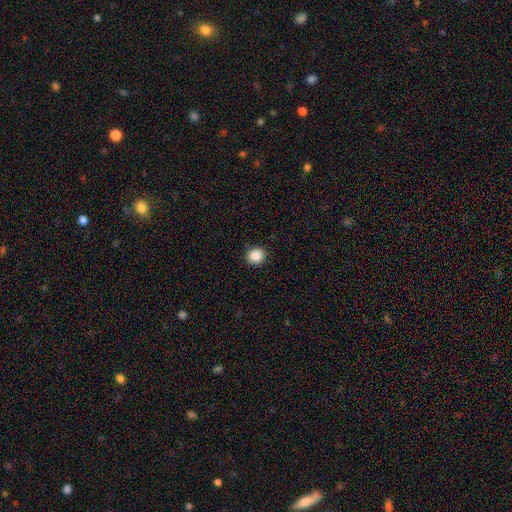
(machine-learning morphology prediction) A smooth galaxy with no disk features (87%) that is round (85%). Merging: none (91%).